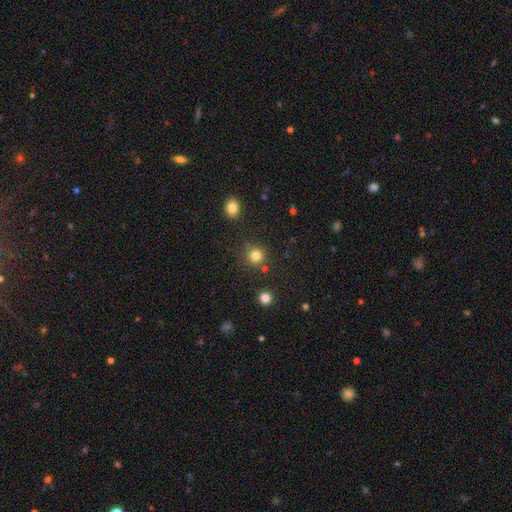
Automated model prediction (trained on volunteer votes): A smooth galaxy with no disk features (81%) that is round (92%).

Vote fractions:
- Smooth or featured? smooth: 81% / star or artifact: 14% / featured or disk: 5%
- How rounded? round: 92% / in between: 7% / cigar-shaped: 1%
- Merging? none: 82% / minor disturbance: 8% / merger: 6% / major disturbance: 3%